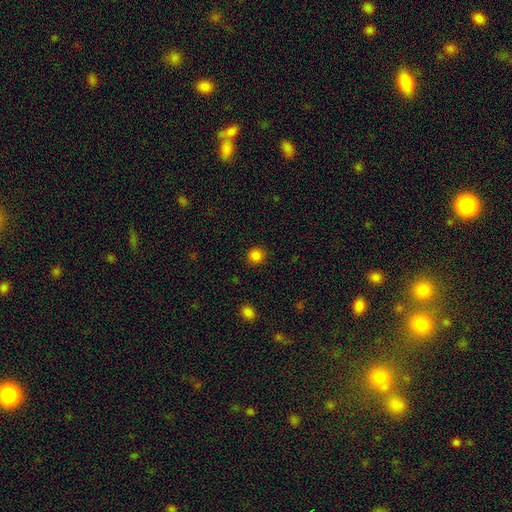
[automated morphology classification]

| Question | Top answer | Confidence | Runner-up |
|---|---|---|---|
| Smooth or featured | smooth | 84% | star or artifact (13%) |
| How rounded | round | 92% | in between (7%) |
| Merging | none | 90% | minor disturbance (6%) |